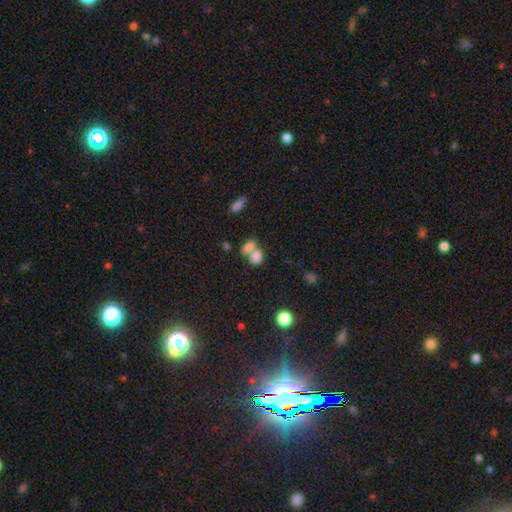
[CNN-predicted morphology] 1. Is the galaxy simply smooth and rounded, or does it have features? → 79% smooth, 11% star or artifact, 10% featured or disk.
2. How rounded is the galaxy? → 63% in between, 35% round, 2% cigar-shaped.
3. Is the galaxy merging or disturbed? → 62% merger, 27% none, 7% minor disturbance, 4% major disturbance.